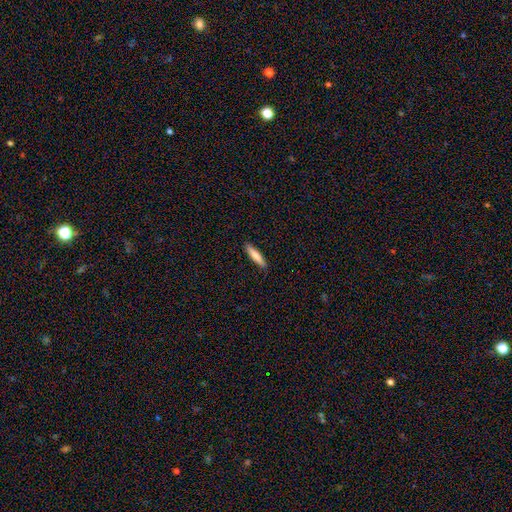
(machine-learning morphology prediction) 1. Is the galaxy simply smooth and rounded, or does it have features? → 74% smooth, 21% featured or disk, 5% star or artifact.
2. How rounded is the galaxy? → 85% cigar-shaped, 13% in between, 1% round.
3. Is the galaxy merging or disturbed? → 89% none, 8% minor disturbance, 2% major disturbance, 1% merger.